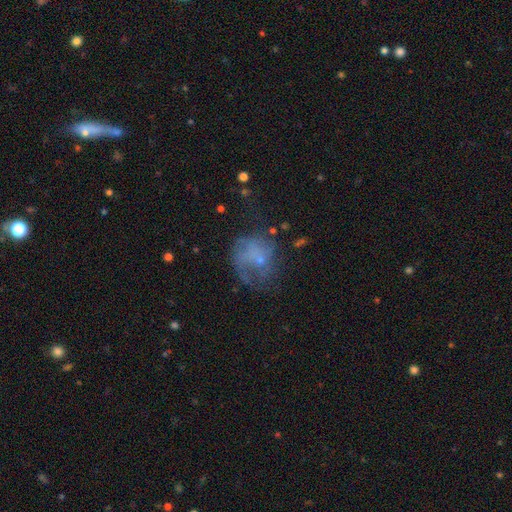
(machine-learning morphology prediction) smooth_or_featured: featured or disk (p=0.48) [alt: smooth p=0.38]
merging: none (p=0.40) [alt: major disturbance p=0.34]